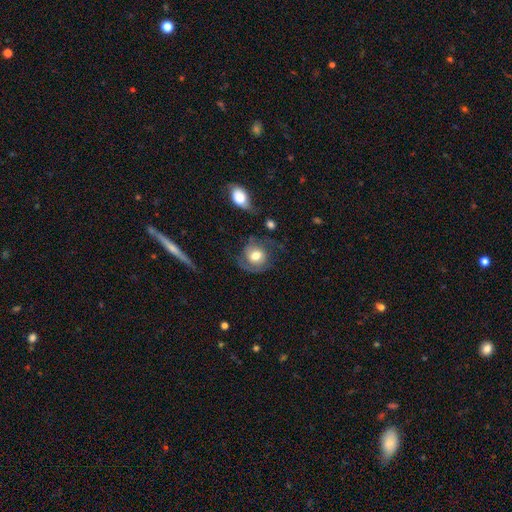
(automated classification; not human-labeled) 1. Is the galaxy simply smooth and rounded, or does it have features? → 51% featured or disk, 41% smooth, 8% star or artifact.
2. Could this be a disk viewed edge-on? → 97% no, 3% yes.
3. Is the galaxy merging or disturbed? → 53% none, 21% minor disturbance, 21% major disturbance, 4% merger.